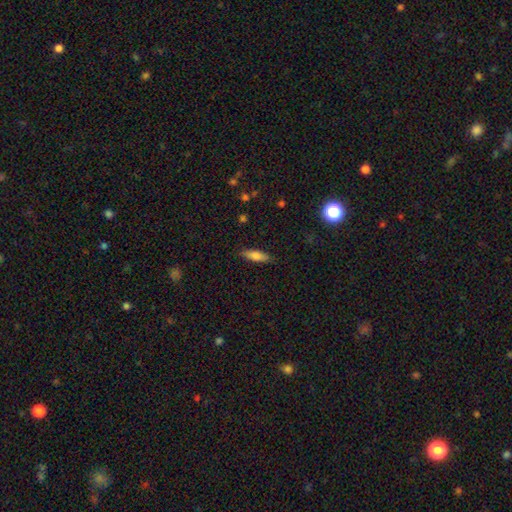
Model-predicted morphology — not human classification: smooth_or_featured: smooth (p=0.76) [alt: featured or disk p=0.17]
how_rounded: cigar-shaped (p=0.52) [alt: in between p=0.46]
merging: none (p=0.86) [alt: minor disturbance p=0.11]